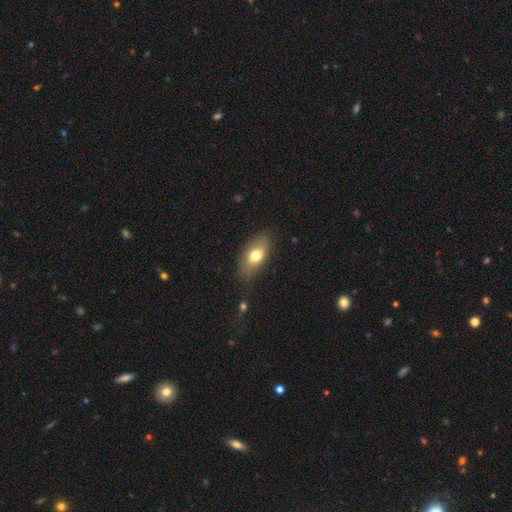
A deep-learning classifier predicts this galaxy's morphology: smooth_or_featured: smooth (p=0.73) [alt: featured or disk p=0.20]
how_rounded: in between (p=0.86) [alt: cigar-shaped p=0.07]
merging: none (p=0.79) [alt: minor disturbance p=0.15]